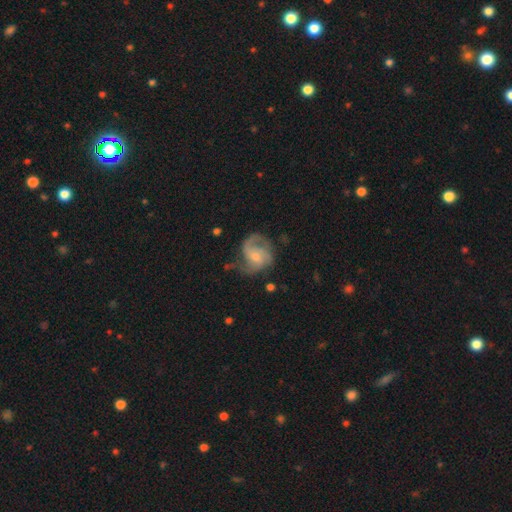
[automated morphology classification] smooth_or_featured: featured or disk (p=0.76) [alt: smooth p=0.18]
disk_edge_on: no (p=0.98) [alt: yes p=0.02]
bar: no (p=0.59) [alt: weak p=0.35]
has_spiral_arms: yes (p=0.92) [alt: no p=0.08]
spiral_winding: medium (p=0.49) [alt: loose p=0.28]
spiral_arm_count: 2 (p=0.46) [alt: 3 p=0.24]
bulge_size: small (p=0.51) [alt: moderate p=0.41]
merging: none (p=0.49) [alt: minor disturbance p=0.25]